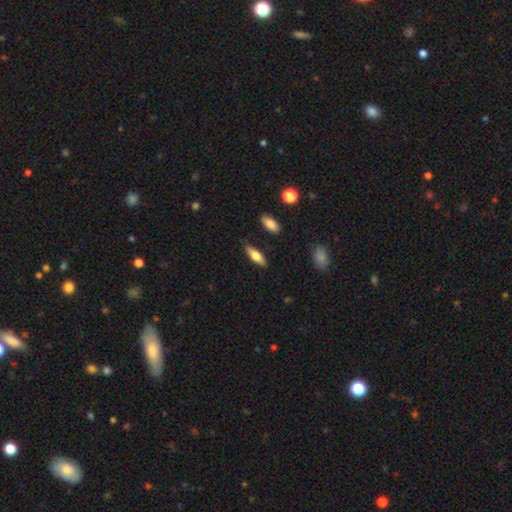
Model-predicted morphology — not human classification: Q: Smooth or featured?
A: smooth (64%); runner-up: featured or disk (29%)
Q: How rounded?
A: in between (57%); runner-up: cigar-shaped (41%)
Q: Merging?
A: none (84%); runner-up: minor disturbance (12%)